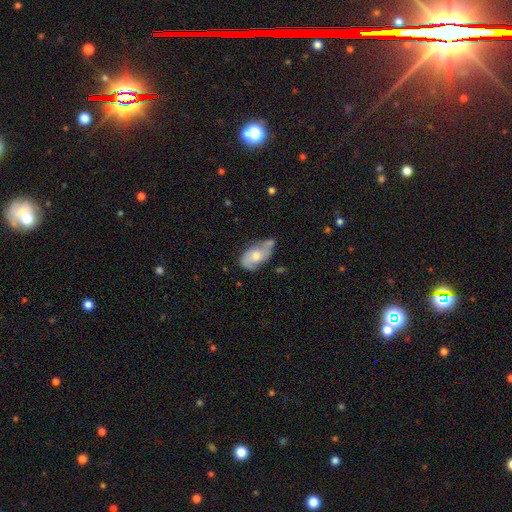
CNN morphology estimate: Smooth or featured: featured or disk — 52% (smooth — 41%)
Edge-on disk: no — 92% (yes — 8%)
Merging: none — 46% (minor disturbance — 29%)